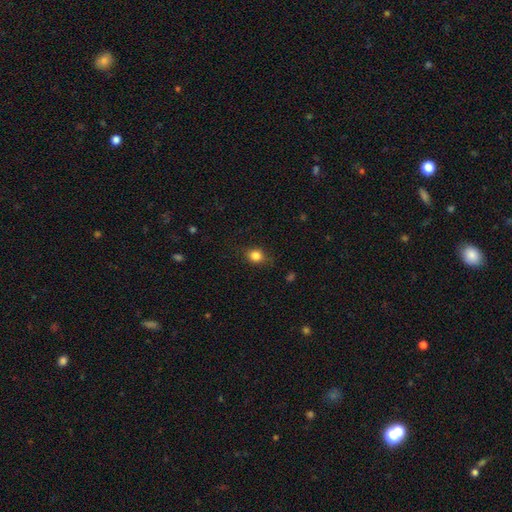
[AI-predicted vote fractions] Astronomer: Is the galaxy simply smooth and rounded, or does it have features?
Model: smooth — 84%.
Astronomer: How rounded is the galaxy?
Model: round — 65%.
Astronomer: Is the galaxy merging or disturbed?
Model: none — 81%.